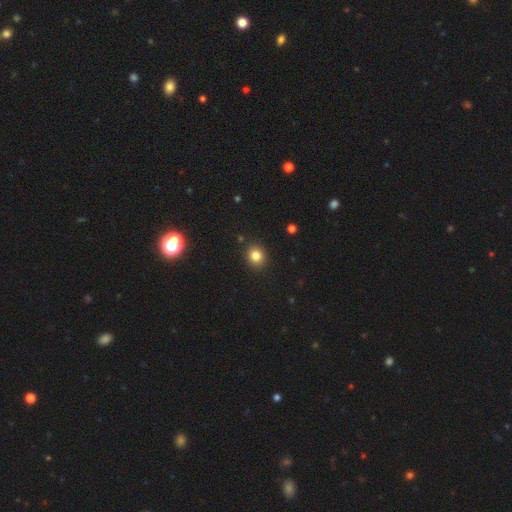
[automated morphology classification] This is clearly a smooth galaxy (82%). How rounded: likely round (79%). Merging: clearly none (90%).